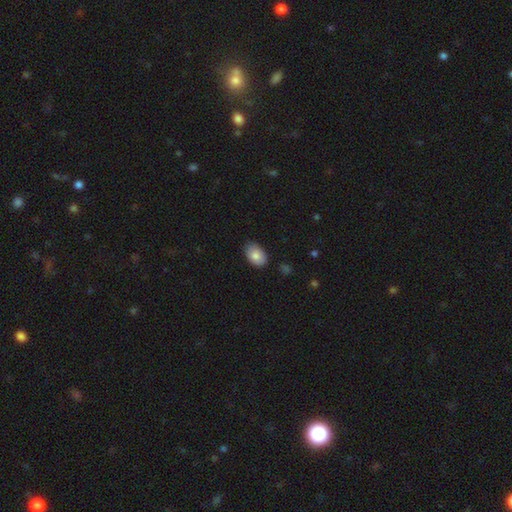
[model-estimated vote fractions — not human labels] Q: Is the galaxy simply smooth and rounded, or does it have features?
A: smooth — 83%.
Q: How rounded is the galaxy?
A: in between — 87%.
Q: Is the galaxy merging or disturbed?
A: none — 80%.